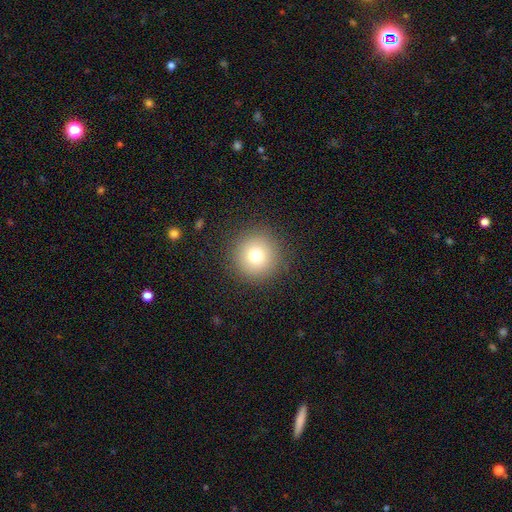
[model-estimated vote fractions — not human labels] A smooth galaxy with no disk features (76%) that is round (95%). Merging: none (90%).